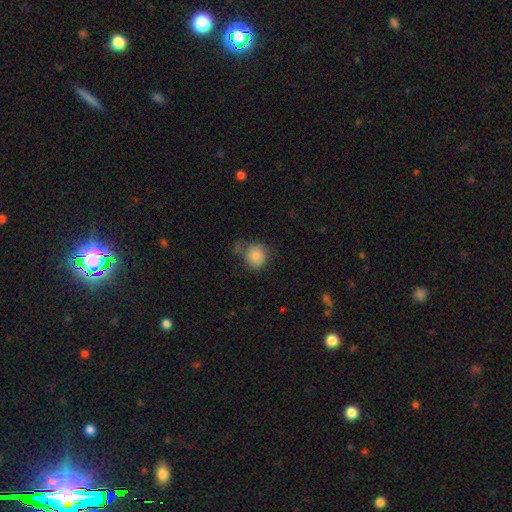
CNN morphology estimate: Smooth or featured?
  - smooth: 84% *
  - star or artifact: 8%
  - featured or disk: 8%
How rounded?
  - round: 81% *
  - in between: 18%
  - cigar-shaped: 1%
Merging?
  - none: 54% *
  - minor disturbance: 25%
  - merger: 12%
  - major disturbance: 10%